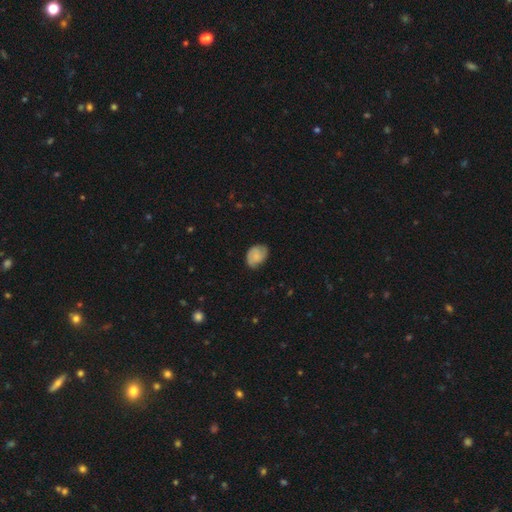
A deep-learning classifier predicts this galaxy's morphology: smooth-or-featured: smooth: 59% | featured or disk: 33% | star or artifact: 8%
  how-rounded: in between: 74% | round: 24% | cigar-shaped: 1%
  merging: none: 68% | minor disturbance: 25% | major disturbance: 5% | merger: 1%